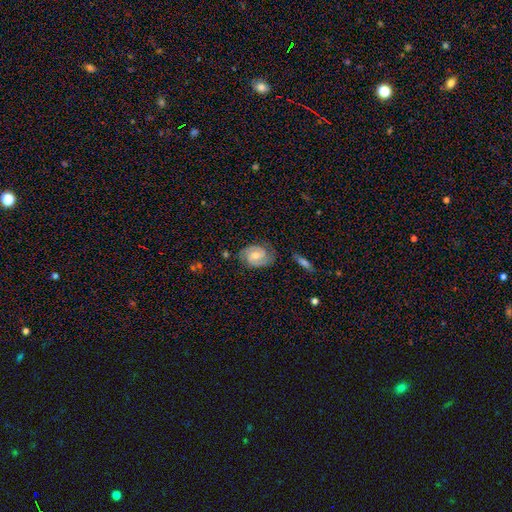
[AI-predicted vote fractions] A featured or disk galaxy (77%) with a weak bar (47%), 2 (88%) tight (47%) spiral arms (96%) and a moderate central bulge (52%). Merging: none (75%).